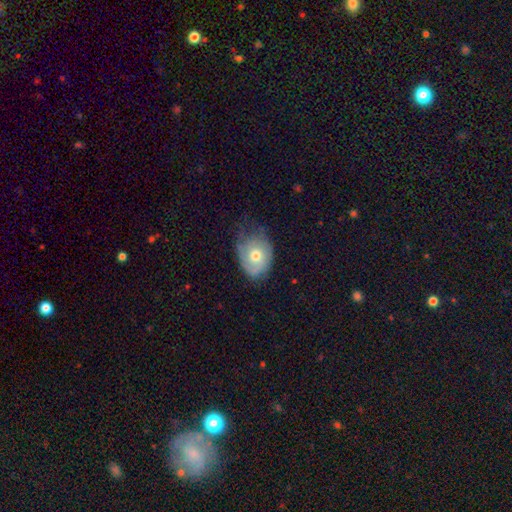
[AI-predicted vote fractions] Smooth or featured? featured or disk (47%)
Merging? none (48%)